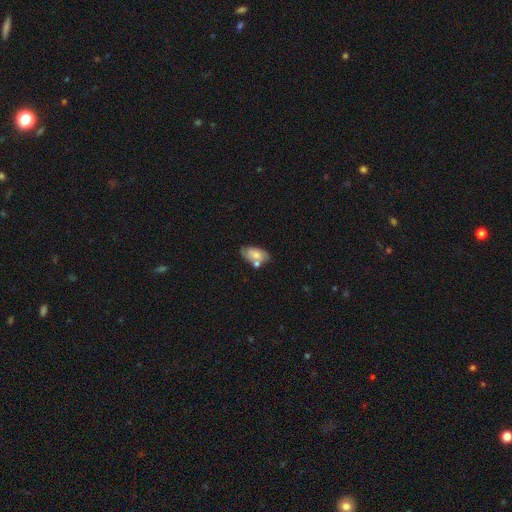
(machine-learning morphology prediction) type=smooth (60%); roundness=in between (91%); merging=none (47%).